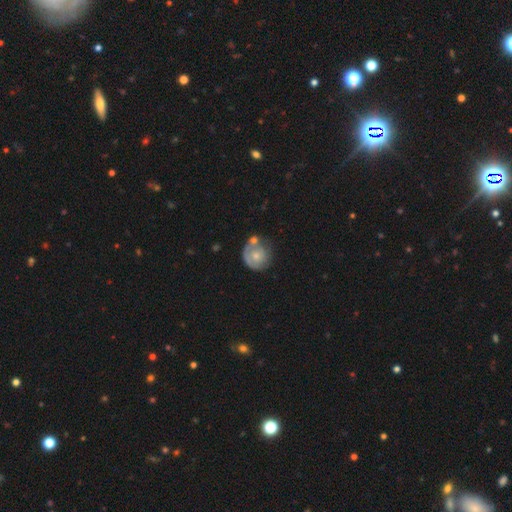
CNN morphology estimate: type=featured or disk (50%); merging=none (50%).